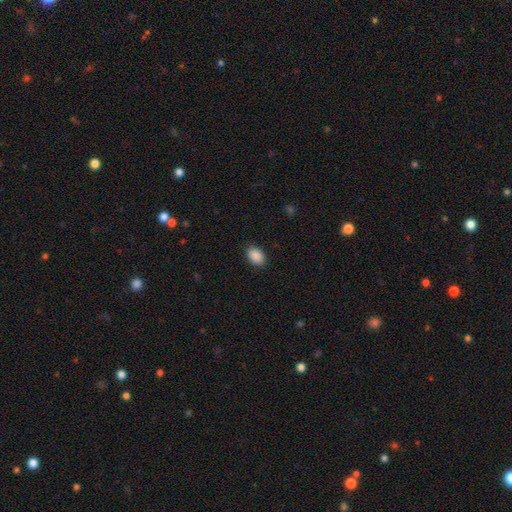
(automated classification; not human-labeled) Overall: smooth (90%). How rounded: in between (86%). Merging: none (88%).